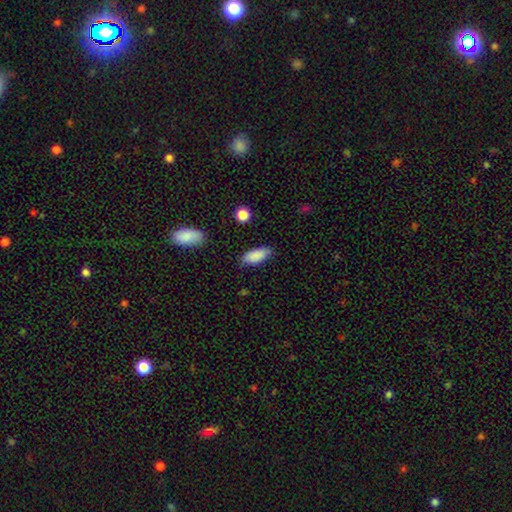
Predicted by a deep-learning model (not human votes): A smooth galaxy with no disk features (87%) that is in between round and cigar-shaped (85%).

Vote fractions:
- Smooth or featured? smooth: 87% / star or artifact: 7% / featured or disk: 6%
- How rounded? in between: 85% / cigar-shaped: 13% / round: 2%
- Merging? none: 78% / minor disturbance: 17% / major disturbance: 3% / merger: 2%